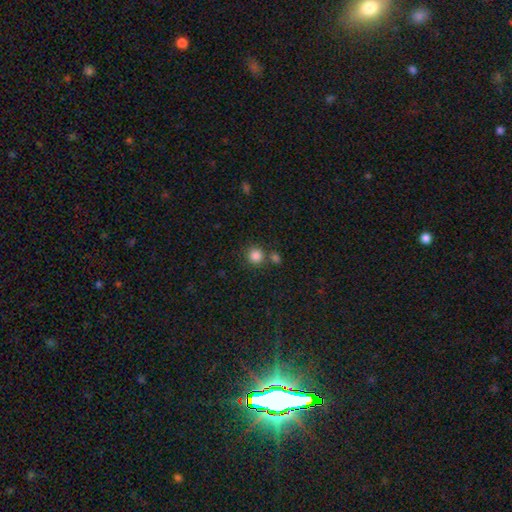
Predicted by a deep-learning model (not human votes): Q: Smooth or featured?
A: smooth (85%); runner-up: star or artifact (11%)
Q: How rounded?
A: round (92%); runner-up: in between (7%)
Q: Merging?
A: none (72%); runner-up: merger (17%)